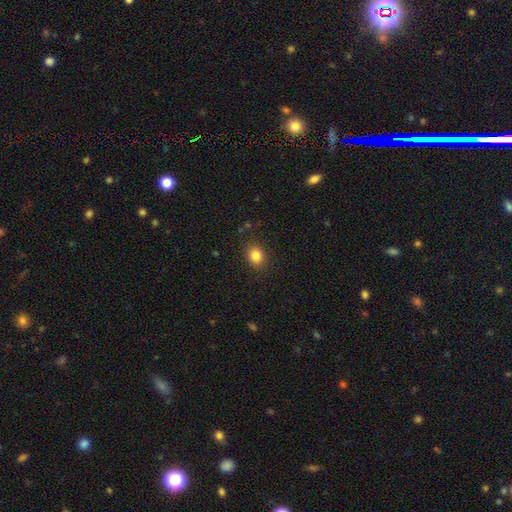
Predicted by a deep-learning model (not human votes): A smooth galaxy with no disk features (84%) that is round (58%). Merging: none (87%).